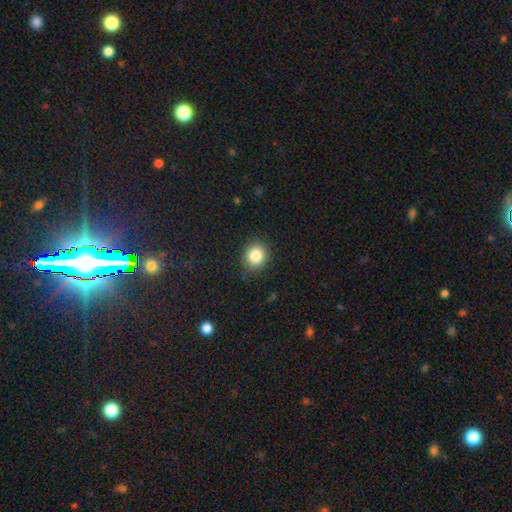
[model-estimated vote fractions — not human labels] This is clearly a smooth galaxy (85%). How rounded: likely round (75%). Merging: clearly none (86%).